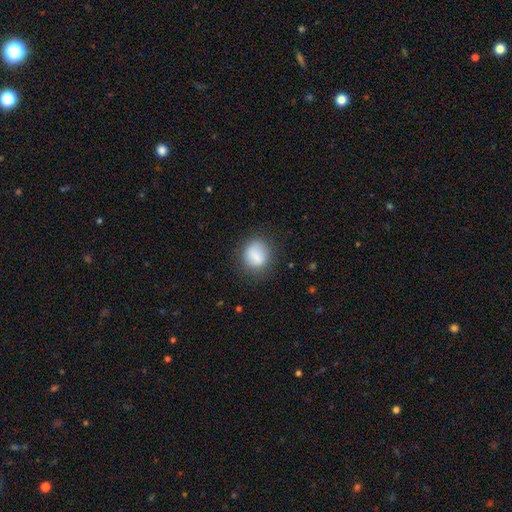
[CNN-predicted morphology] Smooth or featured? Predicted: smooth (p=0.82). How rounded? Predicted: round (p=0.70). Merging? Predicted: none (p=0.76).